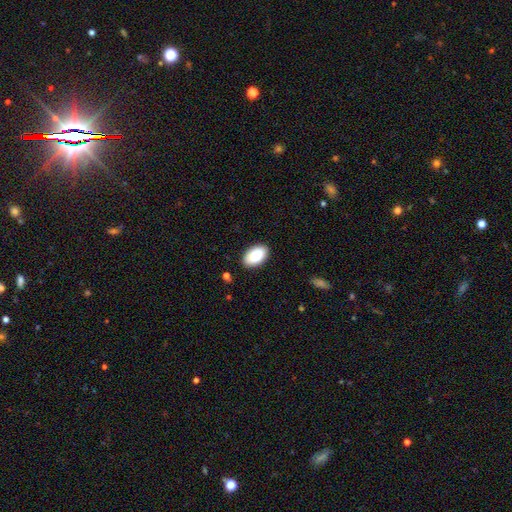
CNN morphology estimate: Smooth or featured? Predicted: smooth (p=0.88). How rounded? Predicted: in between (p=0.95). Merging? Predicted: none (p=0.89).